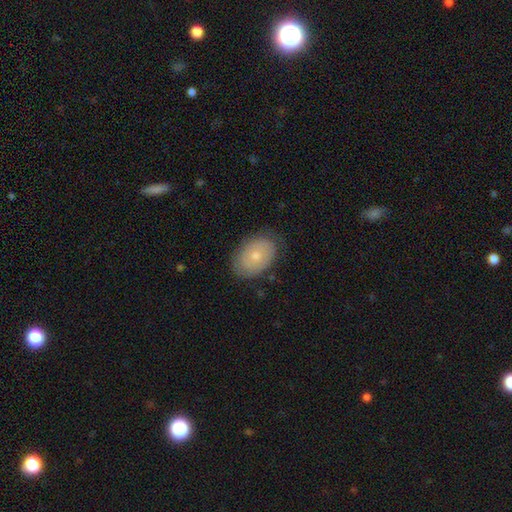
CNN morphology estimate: Smooth or featured?
  - smooth: 58% *
  - featured or disk: 34%
  - star or artifact: 7%
How rounded?
  - in between: 80% *
  - round: 19%
  - cigar-shaped: 1%
Merging?
  - none: 79% *
  - minor disturbance: 16%
  - major disturbance: 4%
  - merger: 1%